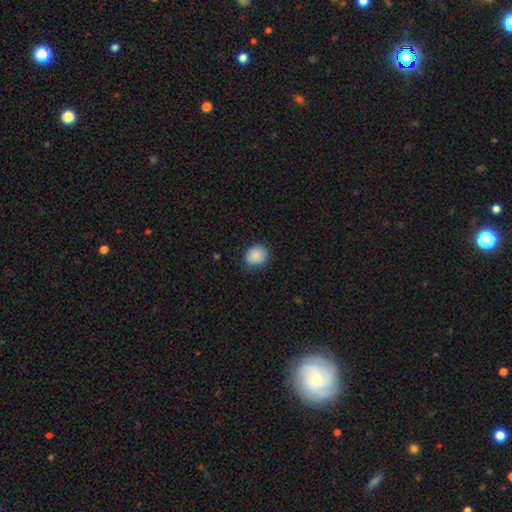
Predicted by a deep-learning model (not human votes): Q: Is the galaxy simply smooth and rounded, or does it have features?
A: smooth — 89%.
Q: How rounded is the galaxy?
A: round — 65%.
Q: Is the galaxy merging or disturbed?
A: none — 82%.